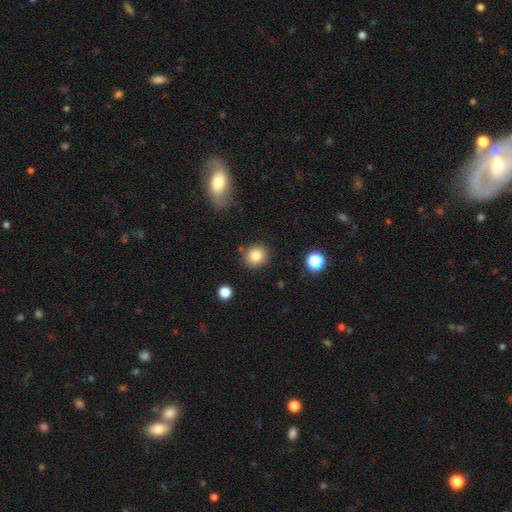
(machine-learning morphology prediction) smooth_or_featured: smooth (p=0.83) [alt: star or artifact p=0.11]
how_rounded: round (p=0.87) [alt: in between p=0.12]
merging: none (p=0.85) [alt: minor disturbance p=0.09]